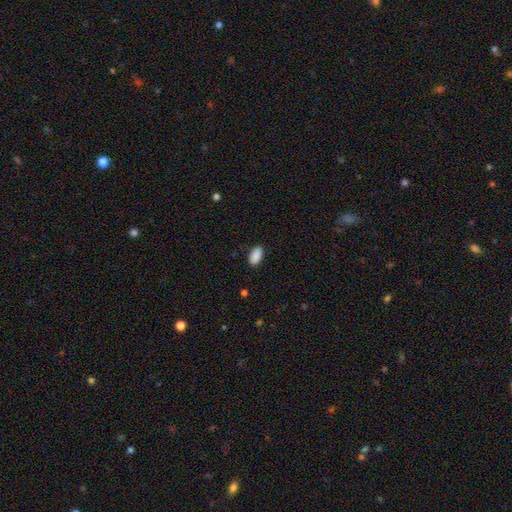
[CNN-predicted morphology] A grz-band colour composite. It shows a smooth galaxy with no disk features (90%) that is in between round and cigar-shaped (94%). Merging: none (88%).